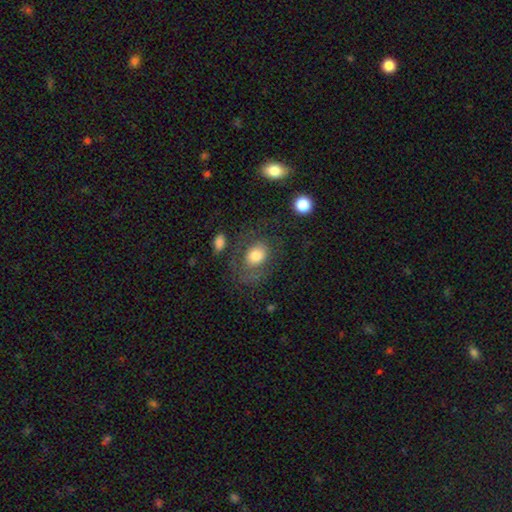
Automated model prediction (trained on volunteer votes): Smooth or featured? Predicted: smooth (p=0.63). How rounded? Predicted: in between (p=0.59). Merging? Predicted: none (p=0.56).